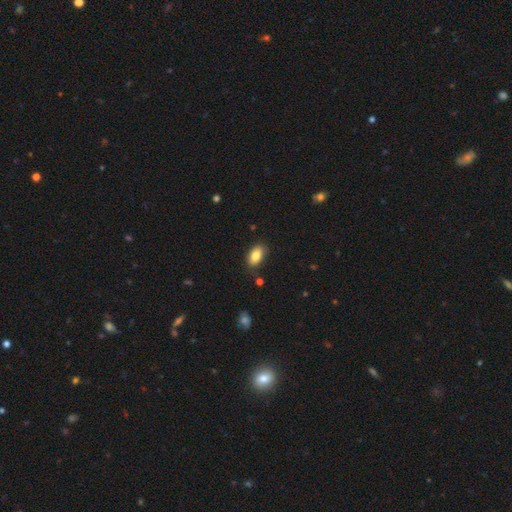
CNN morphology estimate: smooth-or-featured: smooth: 84% | featured or disk: 8% | star or artifact: 8%
  how-rounded: in between: 92% | round: 5% | cigar-shaped: 3%
  merging: none: 83% | minor disturbance: 13% | major disturbance: 3% | merger: 2%